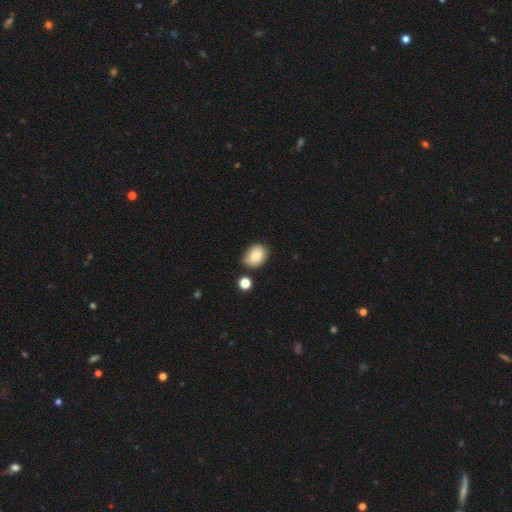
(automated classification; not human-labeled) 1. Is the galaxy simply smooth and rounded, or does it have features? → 86% smooth, 8% star or artifact, 6% featured or disk.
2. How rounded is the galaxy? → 68% in between, 31% round, 1% cigar-shaped.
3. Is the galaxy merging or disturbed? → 69% none, 21% minor disturbance, 6% merger, 4% major disturbance.